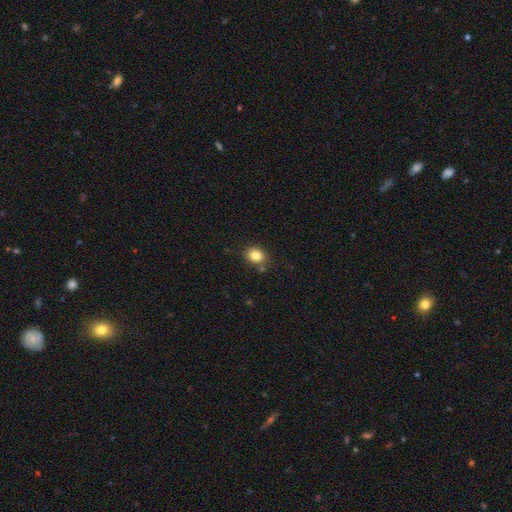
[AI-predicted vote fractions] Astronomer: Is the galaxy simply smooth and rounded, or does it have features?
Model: smooth — 83%.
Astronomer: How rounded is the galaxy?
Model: round — 59% (runner-up: in between, 40%).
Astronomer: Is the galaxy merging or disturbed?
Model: none — 80%.